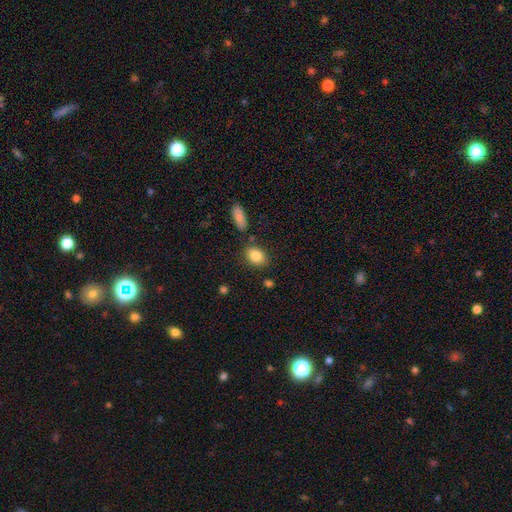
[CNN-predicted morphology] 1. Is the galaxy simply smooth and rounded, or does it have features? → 86% smooth, 8% star or artifact, 7% featured or disk.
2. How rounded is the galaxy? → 72% in between, 26% round, 2% cigar-shaped.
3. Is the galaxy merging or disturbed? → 78% none, 12% minor disturbance, 7% merger, 3% major disturbance.